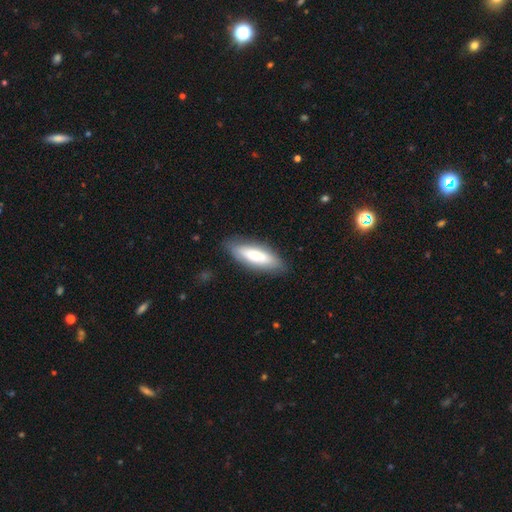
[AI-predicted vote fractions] This is likely a smooth galaxy (76%). How rounded: possibly in between (56%). Merging: clearly none (83%).